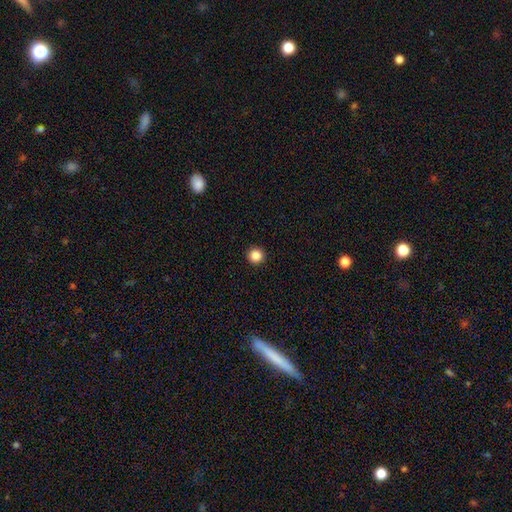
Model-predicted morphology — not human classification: A smooth galaxy with no disk features (85%) that is round (96%). Merging: none (94%).